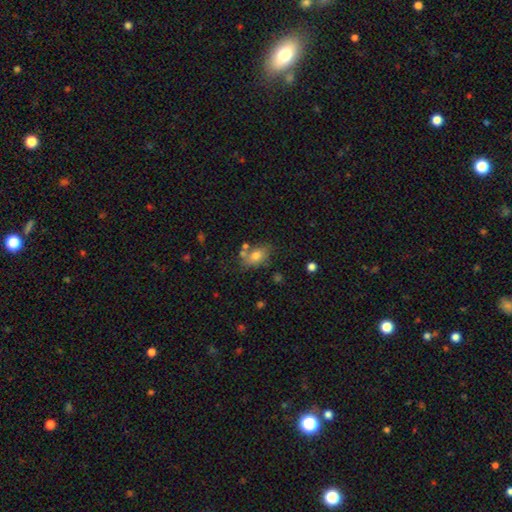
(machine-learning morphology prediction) A smooth galaxy with no disk features (73%) that is in between round and cigar-shaped (79%).

Vote fractions:
- Smooth or featured? smooth: 73% / featured or disk: 17% / star or artifact: 10%
- How rounded? in between: 79% / round: 19% / cigar-shaped: 2%
- Merging? none: 56% / minor disturbance: 20% / merger: 17% / major disturbance: 7%